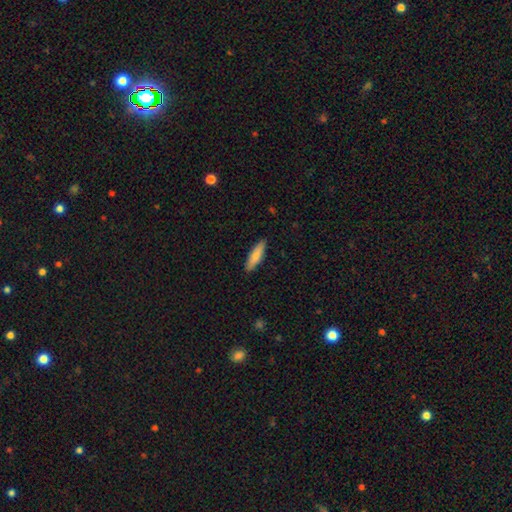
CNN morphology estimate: A smooth galaxy with no disk features (81%) that is cigar-shaped (64%).

Vote fractions:
- Smooth or featured? smooth: 81% / featured or disk: 13% / star or artifact: 5%
- How rounded? cigar-shaped: 64% / in between: 34% / round: 2%
- Merging? none: 89% / minor disturbance: 8% / major disturbance: 2% / merger: 1%